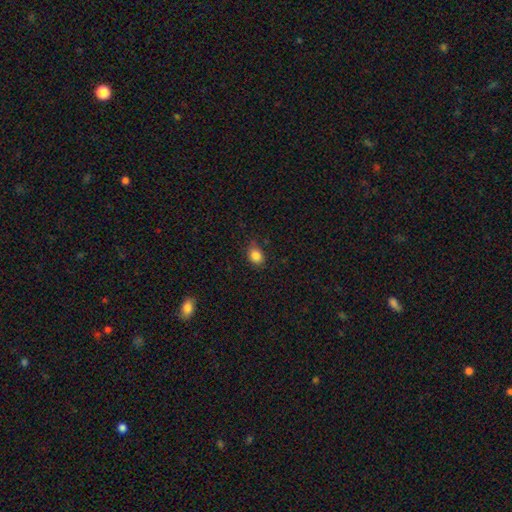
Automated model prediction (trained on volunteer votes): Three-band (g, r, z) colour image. It shows a smooth galaxy with no disk features (85%) that is in between round and cigar-shaped (57%). Merging: none (77%).